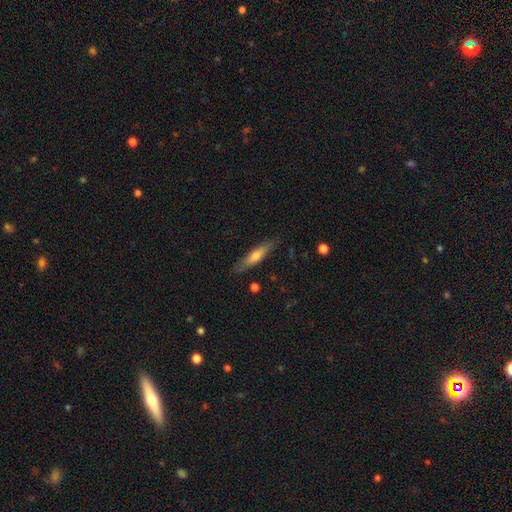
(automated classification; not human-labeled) Q: Smooth or featured?
A: smooth (52%); runner-up: featured or disk (42%)
Q: How rounded?
A: cigar-shaped (83%); runner-up: in between (15%)
Q: Merging?
A: none (84%); runner-up: minor disturbance (13%)